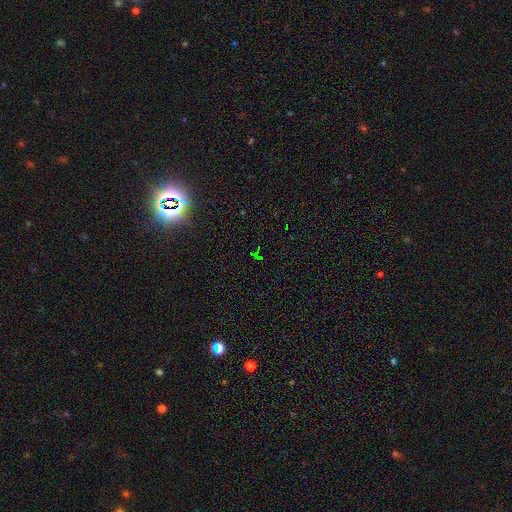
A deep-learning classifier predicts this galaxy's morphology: Q: Smooth or featured?
A: star or artifact (76%); runner-up: smooth (15%)